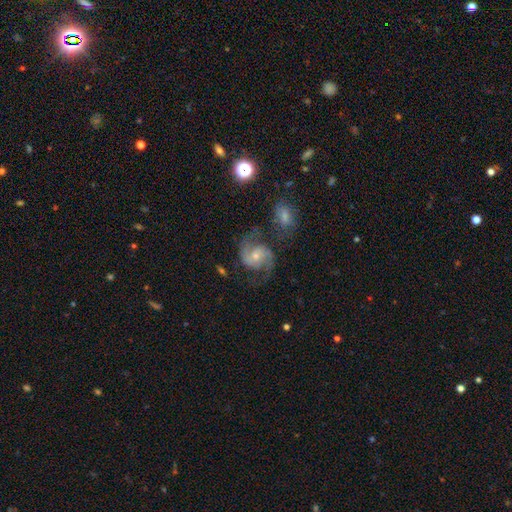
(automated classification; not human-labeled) This is clearly a featured or disk galaxy (86%). It is clearly not viewed edge-on (98%). Bar: possibly no (56%). Spiral arm pattern: clearly yes (97%). Spiral arm count: clearly 2 (92%). Spiral winding: possibly medium (57%). Central bulge: possibly small (51%). Merging: likely none (61%).